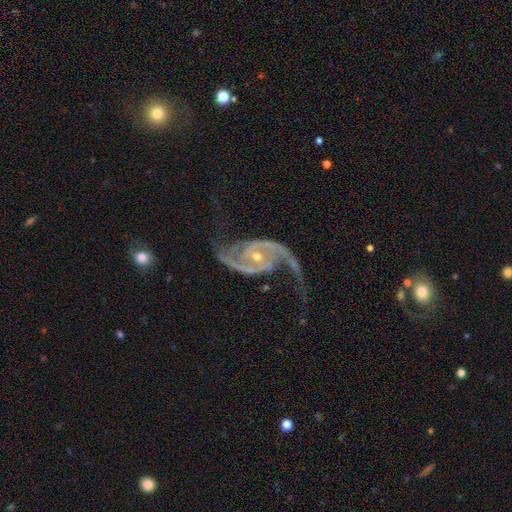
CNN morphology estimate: This is clearly a featured or disk galaxy (94%). It is clearly not viewed edge-on (98%). Bar: possibly no (57%). Spiral arm pattern: clearly yes (98%). Spiral arm count: clearly 2 (93%). Spiral winding: possibly medium (50%). Central bulge: likely small (65%). Merging: likely none (63%).